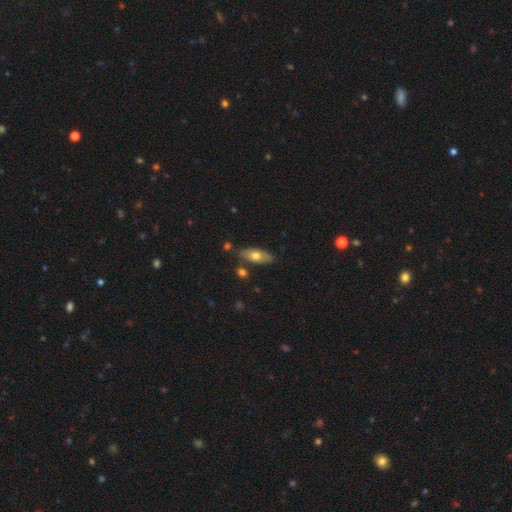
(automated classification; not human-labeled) Q: Smooth or featured?
A: smooth (66%); runner-up: featured or disk (28%)
Q: How rounded?
A: in between (77%); runner-up: cigar-shaped (20%)
Q: Merging?
A: none (80%); runner-up: minor disturbance (13%)